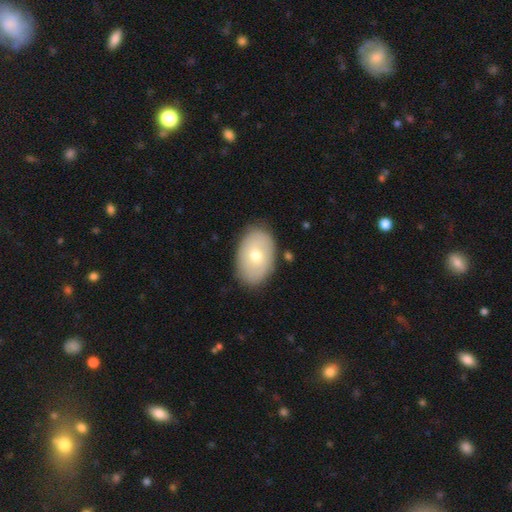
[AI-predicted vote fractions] A smooth galaxy with no disk features (62%) that is in between round and cigar-shaped (88%). Merging: none (85%).